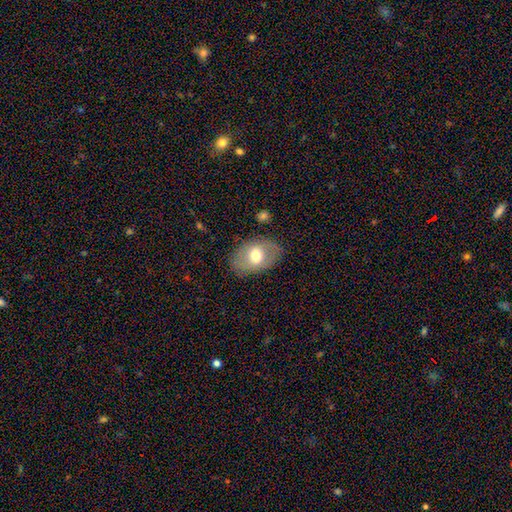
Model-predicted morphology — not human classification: smooth 58%, featured or disk 36%, star or artifact 7%. Down the decision tree: how rounded — in between (84%); merging — none (81%).